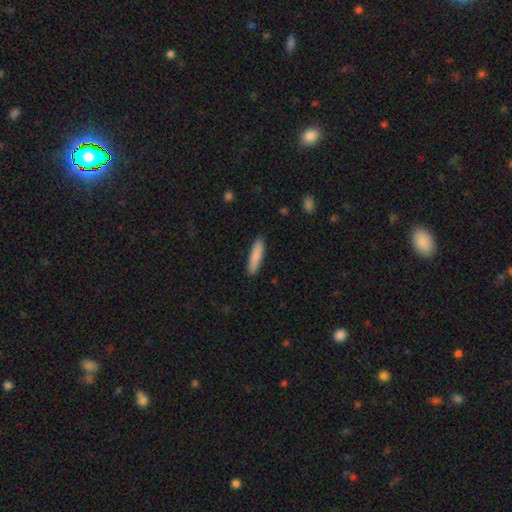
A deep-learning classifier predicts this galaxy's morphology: smooth_or_featured: smooth (p=0.86) [alt: featured or disk p=0.08]
how_rounded: cigar-shaped (p=0.82) [alt: in between p=0.17]
merging: none (p=0.90) [alt: minor disturbance p=0.08]